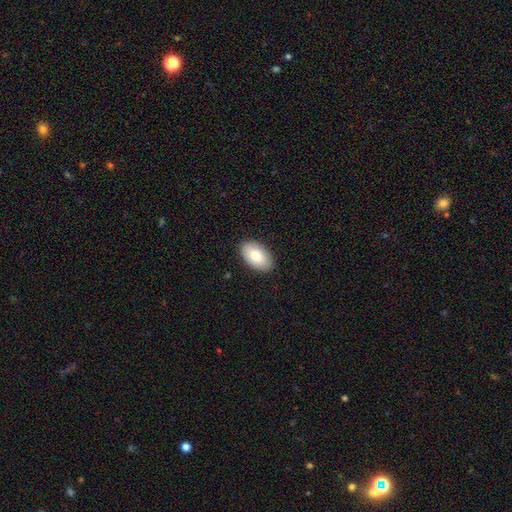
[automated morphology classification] type=smooth (82%); roundness=in between (95%); merging=none (88%).